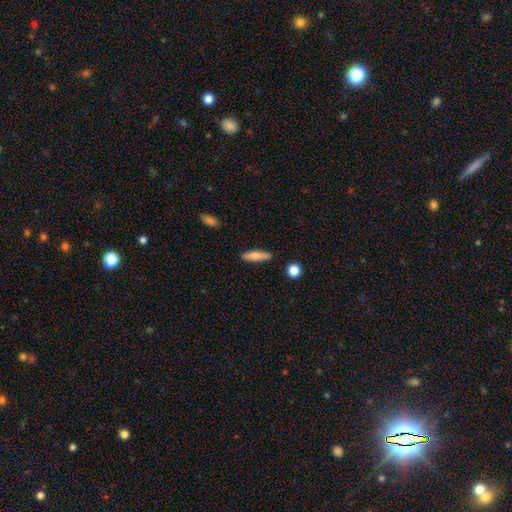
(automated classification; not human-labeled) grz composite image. It shows a smooth galaxy with no disk features (74%) that is cigar-shaped (75%). Merging: none (87%).